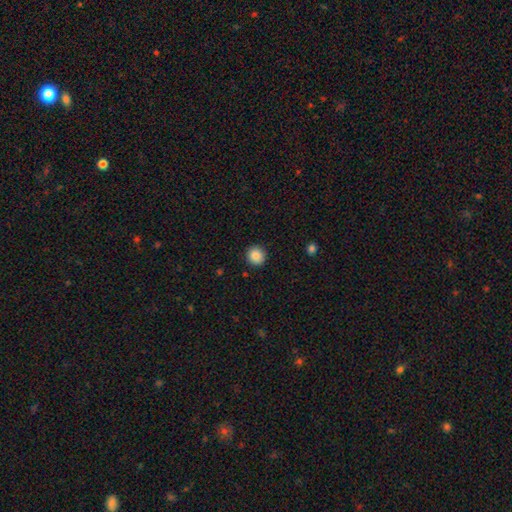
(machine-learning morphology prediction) Overall: smooth (87%). How rounded: round (94%). Merging: none (91%).